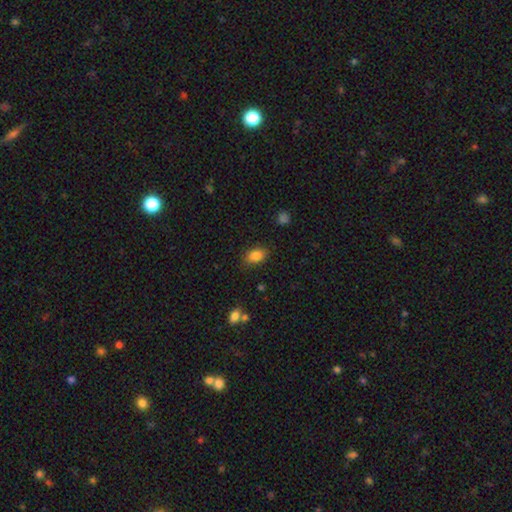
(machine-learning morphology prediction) Smooth or featured? smooth (85%)
How rounded? in between (83%)
Merging? none (83%)